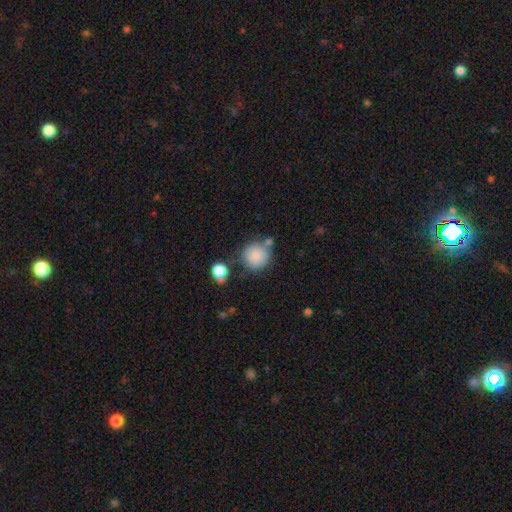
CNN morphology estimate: A smooth galaxy with no disk features (86%) that is round (92%).

Vote fractions:
- Smooth or featured? smooth: 86% / star or artifact: 8% / featured or disk: 6%
- How rounded? round: 92% / in between: 7% / cigar-shaped: 1%
- Merging? none: 70% / minor disturbance: 14% / merger: 12% / major disturbance: 5%